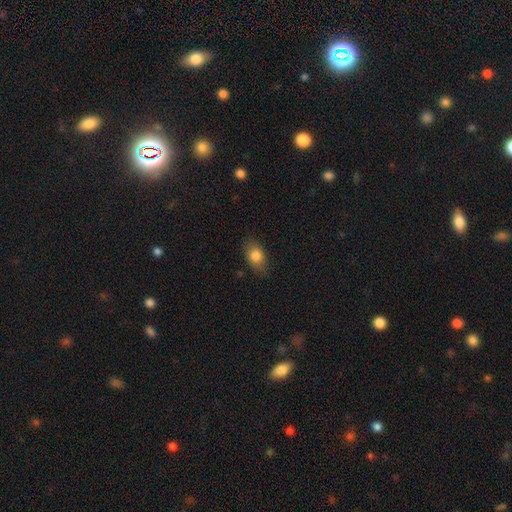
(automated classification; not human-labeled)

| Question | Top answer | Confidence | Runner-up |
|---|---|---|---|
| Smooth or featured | smooth | 81% | featured or disk (10%) |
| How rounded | in between | 83% | round (14%) |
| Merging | none | 80% | minor disturbance (15%) |